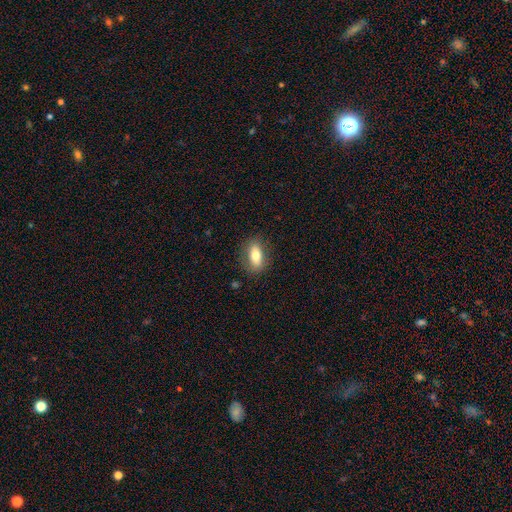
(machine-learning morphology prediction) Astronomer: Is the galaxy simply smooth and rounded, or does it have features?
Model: smooth — 72%.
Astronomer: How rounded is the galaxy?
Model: in between — 83%.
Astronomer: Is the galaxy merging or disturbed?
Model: none — 84%.